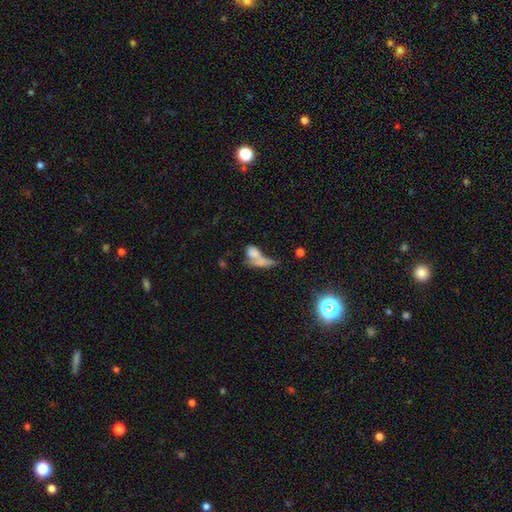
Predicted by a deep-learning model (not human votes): Smooth or featured: smooth — 65% (featured or disk — 23%)
How rounded: in between — 68% (cigar-shaped — 17%)
Merging: merger — 55% (none — 21%)